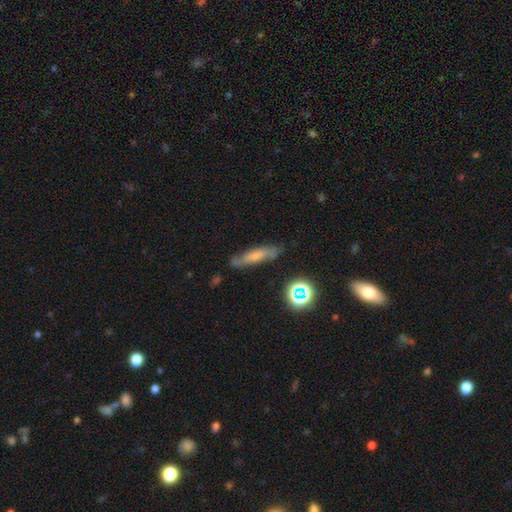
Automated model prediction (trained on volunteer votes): Morphology: type=smooth (52%); roundness=cigar-shaped (73%); merging=none (72%).